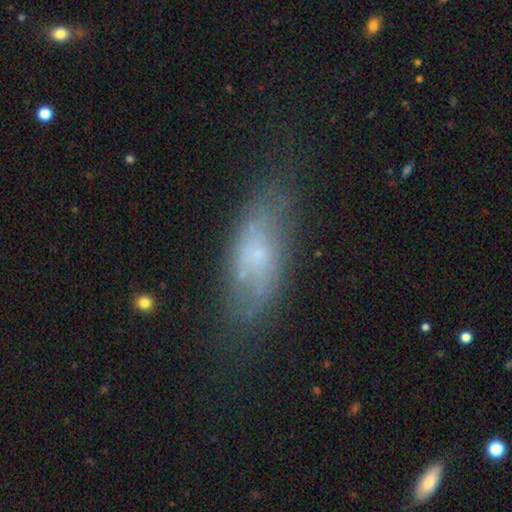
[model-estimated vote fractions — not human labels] This appears to be a smooth galaxy with no disk features (53%) that is in between round and cigar-shaped (71%). Merging: none (59%).